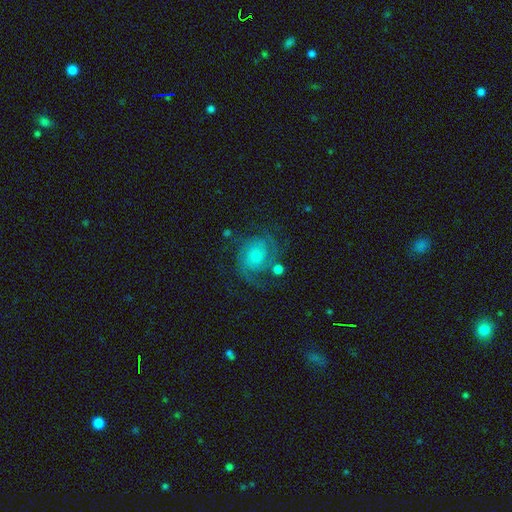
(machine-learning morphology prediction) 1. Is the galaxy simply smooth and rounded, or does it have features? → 71% featured or disk, 19% smooth, 9% star or artifact.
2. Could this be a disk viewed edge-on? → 98% no, 2% yes.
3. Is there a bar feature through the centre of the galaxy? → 73% no, 24% weak, 3% strong.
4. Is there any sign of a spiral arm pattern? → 91% yes, 9% no.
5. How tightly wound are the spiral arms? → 43% medium, 37% tight, 20% loose.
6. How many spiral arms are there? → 52% 2, 20% can't tell, 11% 3, 9% 1, 4% 4, 4% more than 4.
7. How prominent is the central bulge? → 53% small, 31% moderate, 9% none, 6% large, 2% dominant.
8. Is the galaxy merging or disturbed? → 59% none, 18% minor disturbance, 17% major disturbance, 6% merger.